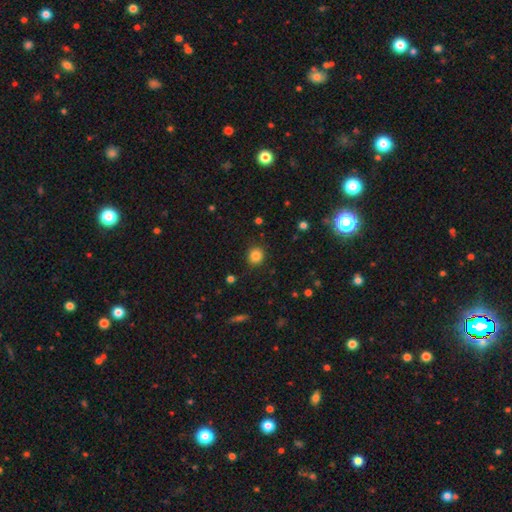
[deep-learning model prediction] smooth_or_featured: smooth (p=0.84) [alt: star or artifact p=0.12]
how_rounded: round (p=0.88) [alt: in between p=0.12]
merging: none (p=0.89) [alt: minor disturbance p=0.07]